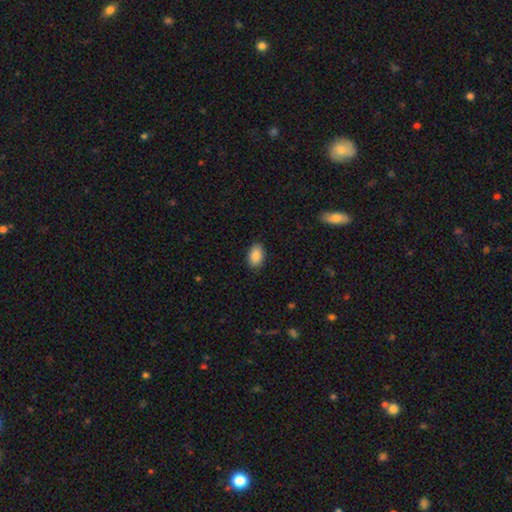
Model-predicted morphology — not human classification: smooth 90%, star or artifact 7%, featured or disk 3%. Down the decision tree: how rounded — in between (91%); merging — none (87%).